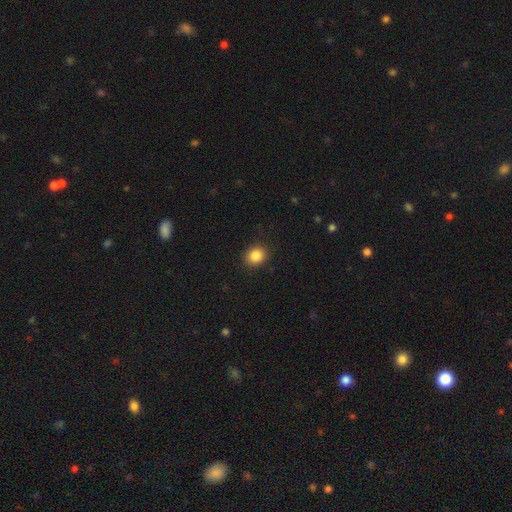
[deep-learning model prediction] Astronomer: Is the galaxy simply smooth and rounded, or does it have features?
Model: smooth — 86%.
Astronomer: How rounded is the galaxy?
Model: round — 74%.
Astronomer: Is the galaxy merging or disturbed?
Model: none — 89%.